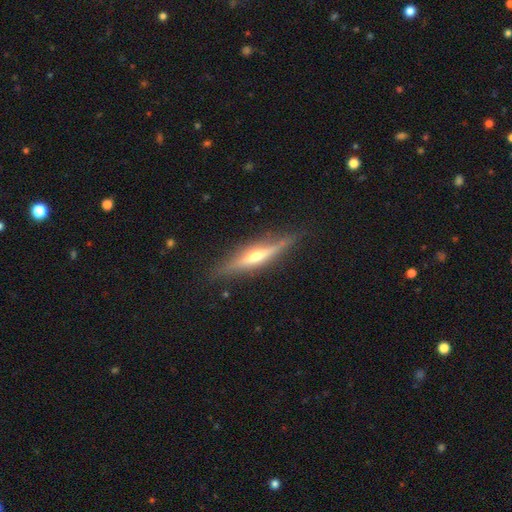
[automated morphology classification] featured or disk 73%, smooth 21%, star or artifact 6%. Down the decision tree: edge-on disk — yes (96%); edge-on bulge — rounded (77%); merging — none (84%).